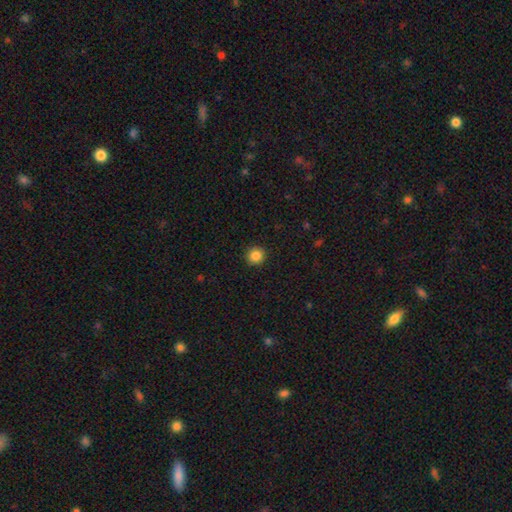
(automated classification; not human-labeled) This is clearly a smooth galaxy (86%). How rounded: clearly round (94%). Merging: clearly none (93%).